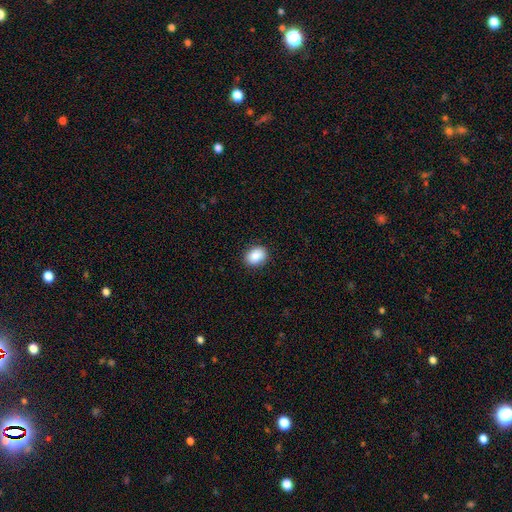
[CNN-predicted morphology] smooth 89%, star or artifact 8%, featured or disk 4%. Down the decision tree: how rounded — in between (63%); merging — none (89%).